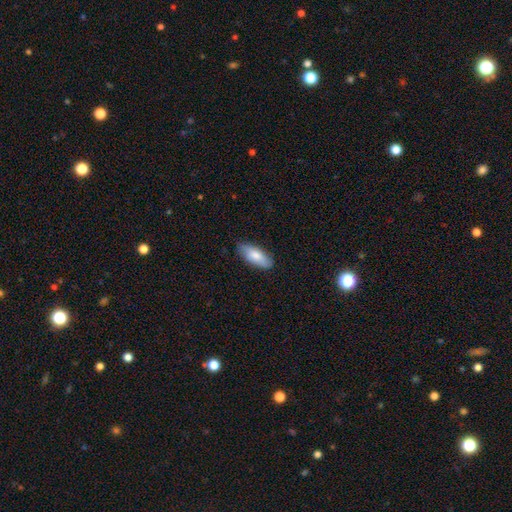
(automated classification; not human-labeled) Q: Smooth or featured?
A: smooth (78%); runner-up: featured or disk (17%)
Q: How rounded?
A: in between (76%); runner-up: cigar-shaped (22%)
Q: Merging?
A: none (81%); runner-up: minor disturbance (15%)